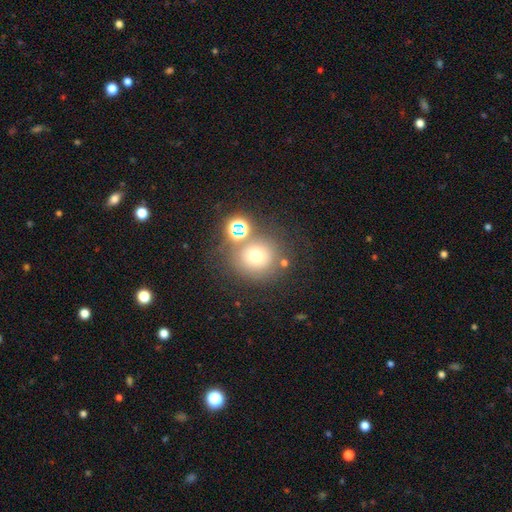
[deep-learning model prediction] Morphology: type=smooth (63%); roundness=round (88%); merging=none (66%).